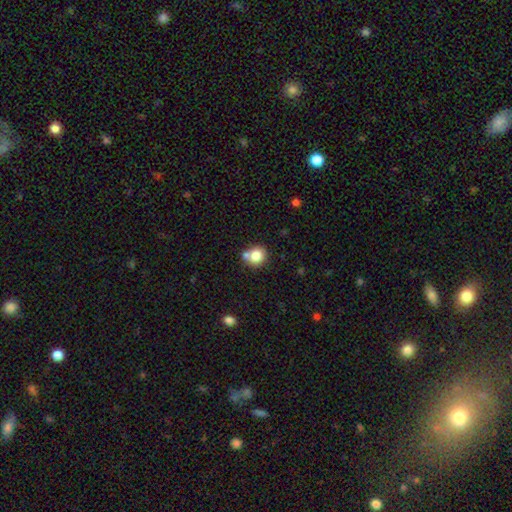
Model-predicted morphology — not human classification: A smooth galaxy with no disk features (80%) that is round (84%).

Vote fractions:
- Smooth or featured? smooth: 80% / star or artifact: 10% / featured or disk: 10%
- How rounded? round: 84% / in between: 15% / cigar-shaped: 1%
- Merging? none: 60% / merger: 27% / minor disturbance: 10% / major disturbance: 3%